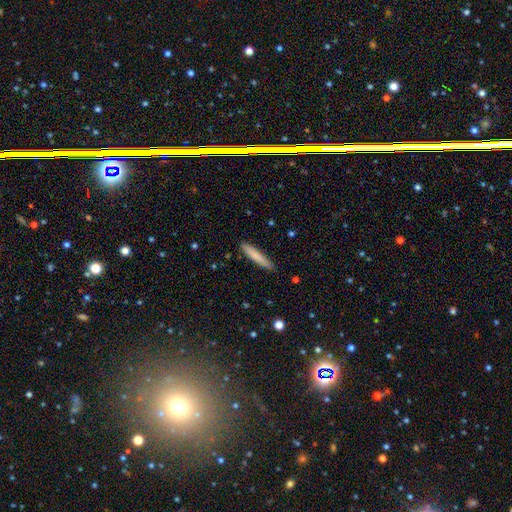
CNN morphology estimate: Smooth or featured: smooth — 79% (featured or disk — 15%)
How rounded: cigar-shaped — 93% (in between — 6%)
Merging: none — 88% (minor disturbance — 10%)